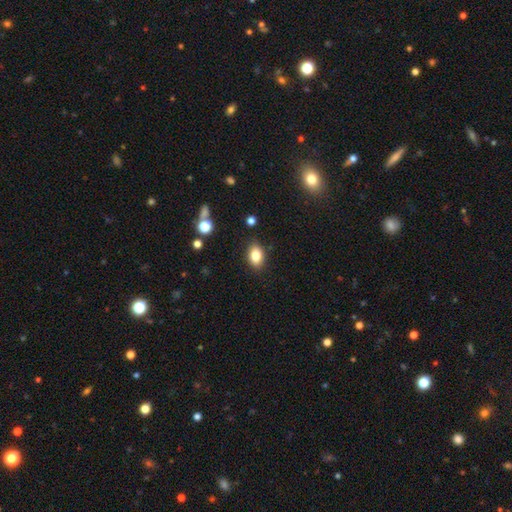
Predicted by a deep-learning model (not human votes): This appears to be a smooth galaxy with no disk features (82%) that is in between round and cigar-shaped (83%). Merging: none (85%).